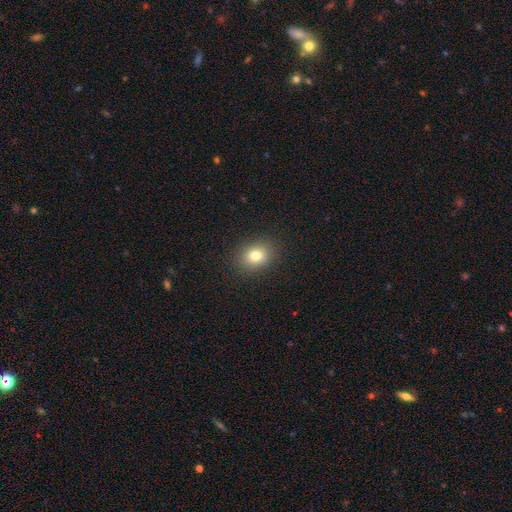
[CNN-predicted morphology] A smooth galaxy with no disk features (79%) that is round (50%). Merging: none (89%).